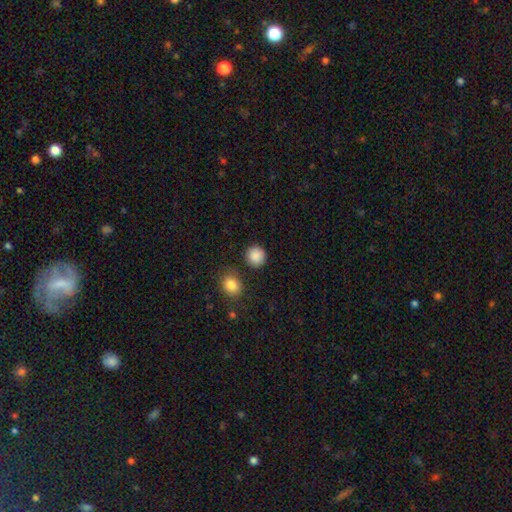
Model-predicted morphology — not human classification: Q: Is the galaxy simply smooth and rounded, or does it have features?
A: smooth — 88%.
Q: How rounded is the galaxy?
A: round — 91%.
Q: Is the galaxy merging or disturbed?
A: none — 86%.